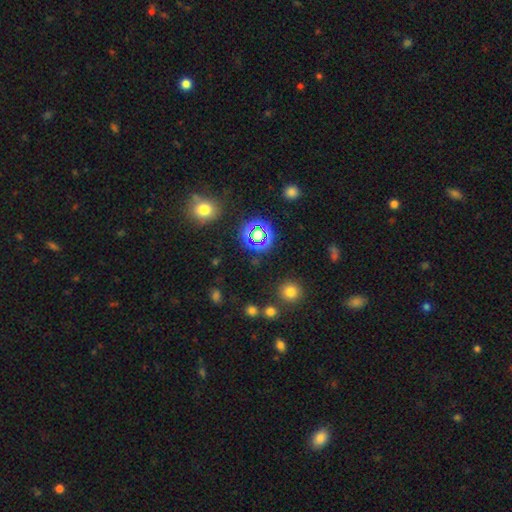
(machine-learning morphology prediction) Overall: star or artifact (52%; smooth 40%).